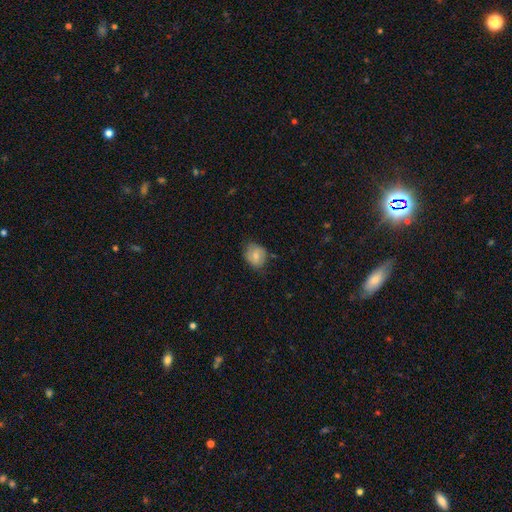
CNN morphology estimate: This appears to be a smooth galaxy with no disk features (64%) that is round (57%). Merging: none (70%).